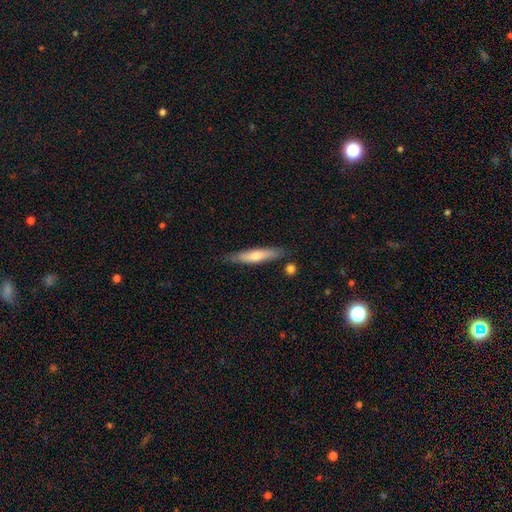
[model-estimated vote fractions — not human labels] Q: Smooth or featured?
A: smooth (62%); runner-up: featured or disk (32%)
Q: How rounded?
A: cigar-shaped (84%); runner-up: in between (14%)
Q: Merging?
A: none (77%); runner-up: minor disturbance (16%)